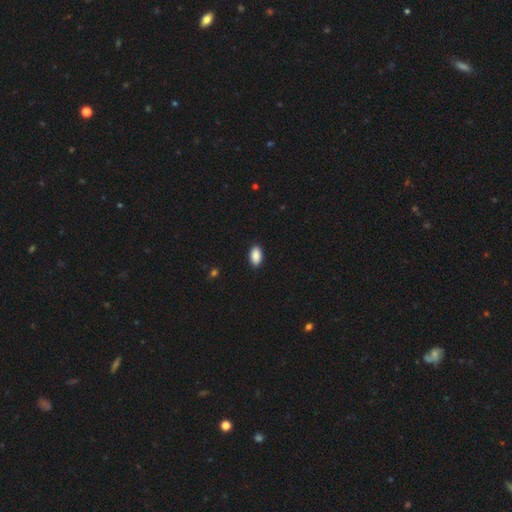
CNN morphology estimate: This is clearly a smooth galaxy (90%). How rounded: clearly in between (94%). Merging: clearly none (90%).